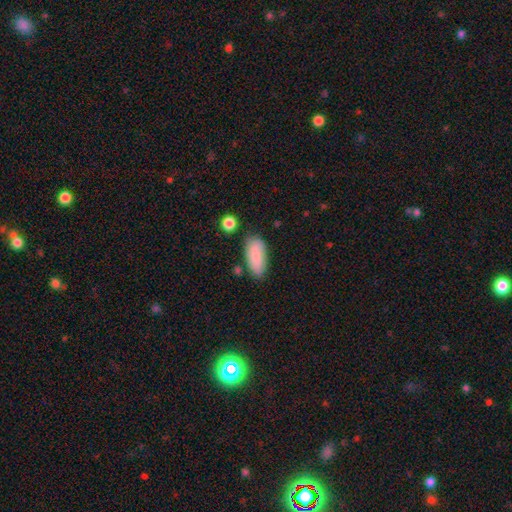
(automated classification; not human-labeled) Q: Smooth or featured?
A: smooth (86%); runner-up: featured or disk (7%)
Q: How rounded?
A: in between (85%); runner-up: cigar-shaped (13%)
Q: Merging?
A: none (73%); runner-up: minor disturbance (19%)